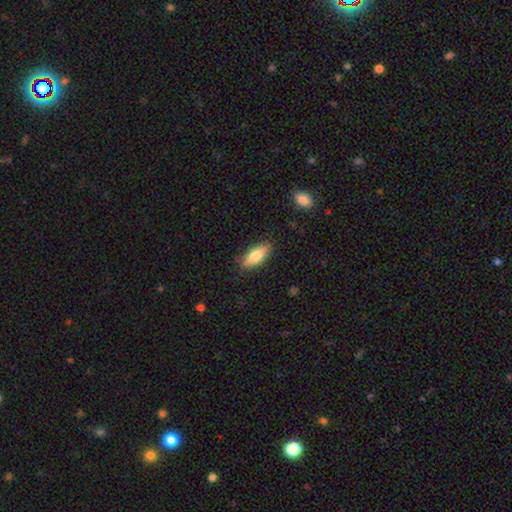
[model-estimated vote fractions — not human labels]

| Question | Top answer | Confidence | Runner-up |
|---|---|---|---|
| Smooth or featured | smooth | 77% | featured or disk (17%) |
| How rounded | in between | 76% | cigar-shaped (22%) |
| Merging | none | 84% | minor disturbance (12%) |